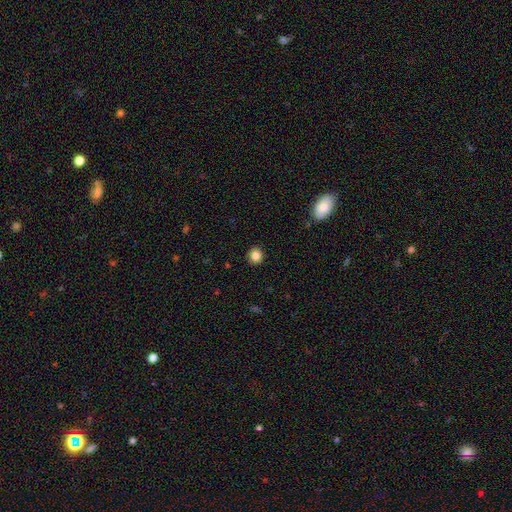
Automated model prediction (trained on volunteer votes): smooth_or_featured: smooth (p=0.85) [alt: star or artifact p=0.10]
how_rounded: round (p=0.84) [alt: in between p=0.15]
merging: none (p=0.91) [alt: minor disturbance p=0.06]